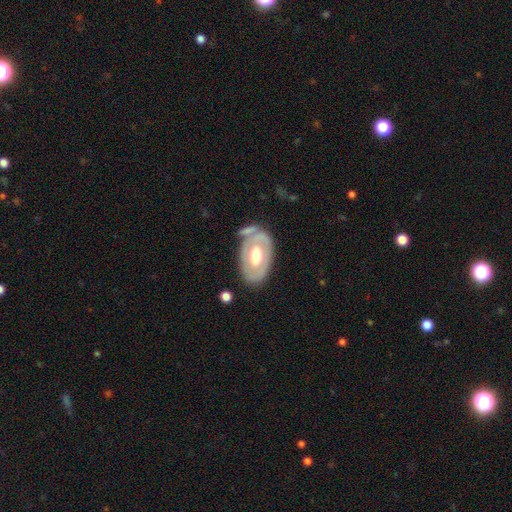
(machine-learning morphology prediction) A featured or disk galaxy (59%) with no bar (74%), no spiral arms (73%) and a moderate central bulge (62%). Merging: none (64%).